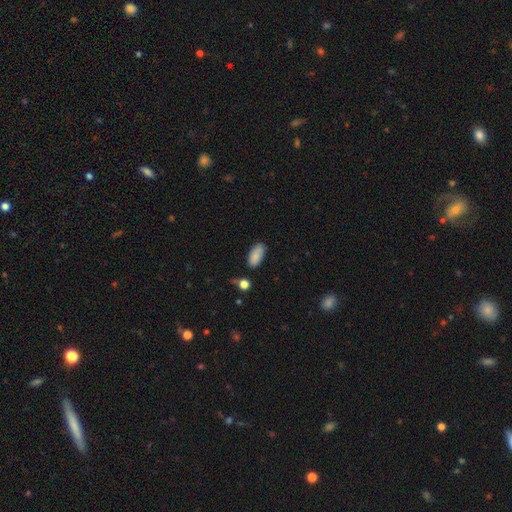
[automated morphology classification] Overall: smooth (86%). How rounded: in between (90%). Merging: none (71%).